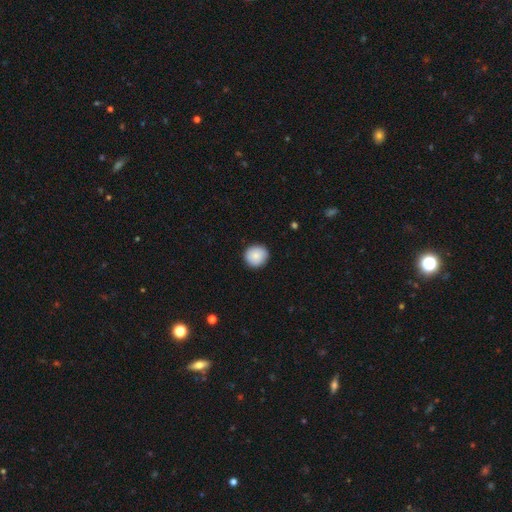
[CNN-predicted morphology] Smooth or featured? smooth (87%)
How rounded? round (93%)
Merging? none (91%)